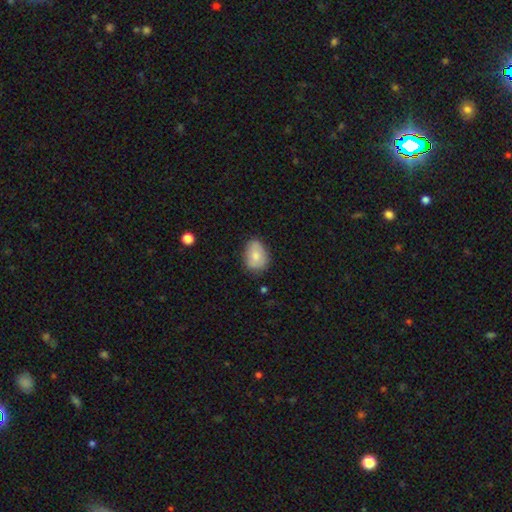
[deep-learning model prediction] The model was most divided on "how rounded": in between: 69%, round: 30%, cigar-shaped: 1%. More confident: smooth or featured — smooth (78%); merging — none (67%).